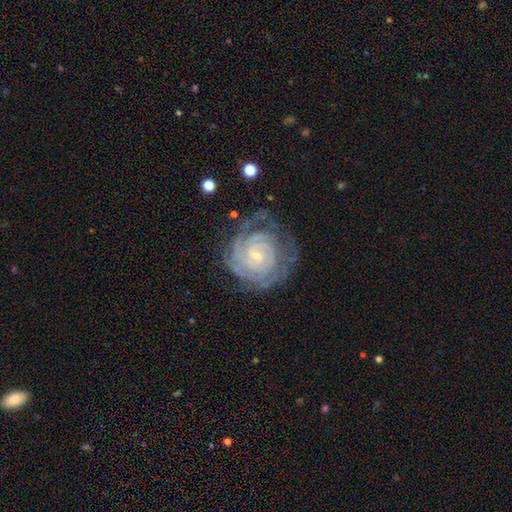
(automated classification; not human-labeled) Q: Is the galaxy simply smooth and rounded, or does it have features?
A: featured or disk — 89%.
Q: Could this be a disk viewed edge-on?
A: no — 98%.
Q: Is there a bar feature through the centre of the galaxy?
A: no — 64%.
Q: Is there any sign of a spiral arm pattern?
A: yes — 98%.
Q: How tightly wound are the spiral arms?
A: tight — 82%.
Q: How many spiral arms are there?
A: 4 — 23%, tied with can't tell.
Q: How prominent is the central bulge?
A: small — 83%.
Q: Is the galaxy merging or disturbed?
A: none — 70%.